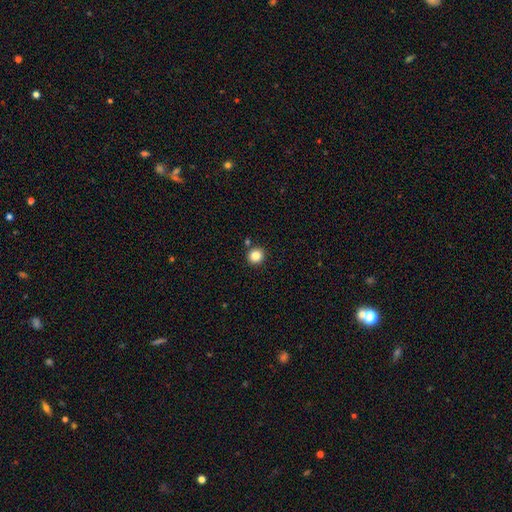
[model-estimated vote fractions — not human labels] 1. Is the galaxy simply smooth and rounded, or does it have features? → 85% smooth, 11% star or artifact, 5% featured or disk.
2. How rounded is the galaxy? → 90% round, 9% in between, 1% cigar-shaped.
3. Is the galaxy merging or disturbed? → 87% none, 6% minor disturbance, 5% merger, 2% major disturbance.